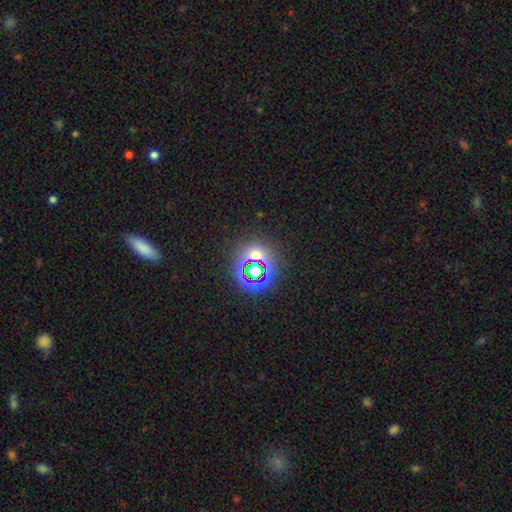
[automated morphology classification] Smooth or featured?
  - star or artifact: 57% *
  - smooth: 33%
  - featured or disk: 10%